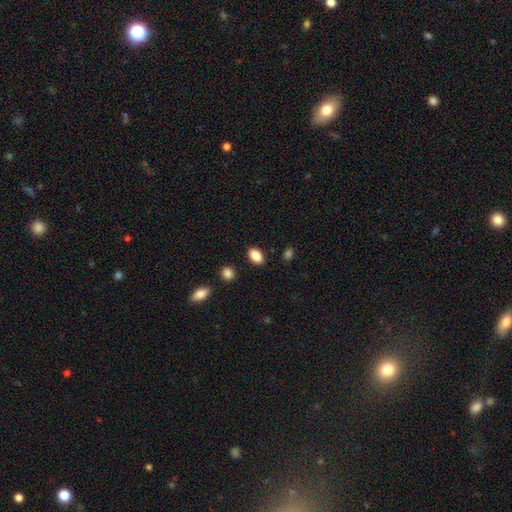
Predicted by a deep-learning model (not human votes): Smooth or featured: smooth — 87% (star or artifact — 8%)
How rounded: in between — 88% (round — 9%)
Merging: none — 87% (minor disturbance — 9%)